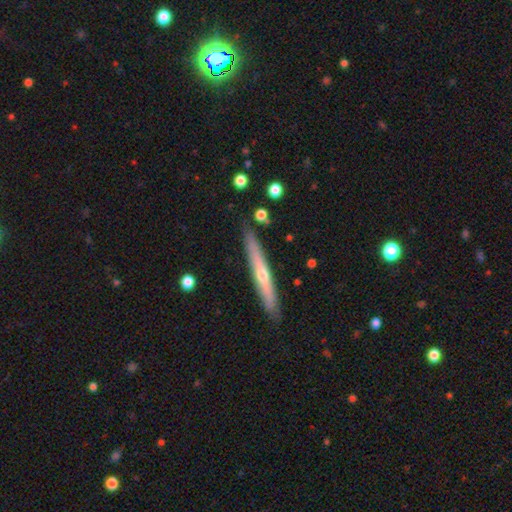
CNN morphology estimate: Smooth or featured? featured or disk (59%)
Edge-on disk? yes (93%)
Edge-on bulge? rounded (73%)
Merging? none (89%)